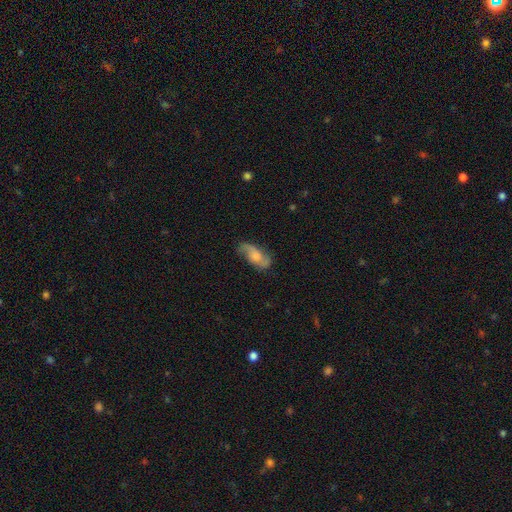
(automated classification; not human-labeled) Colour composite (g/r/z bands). It shows a featured or disk galaxy (55%) with no bar (68%), spiral arms (87%) and a moderate central bulge (34%). Merging: none (62%).